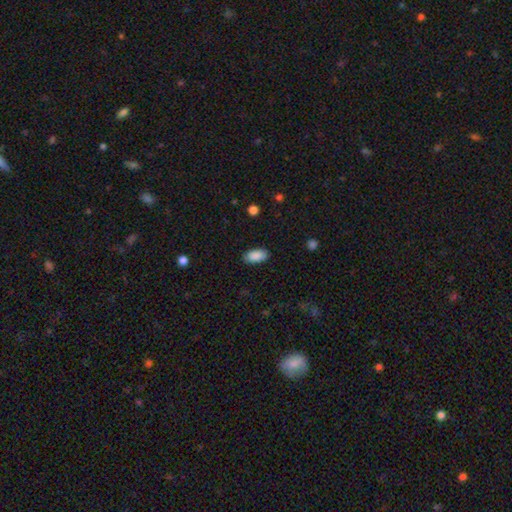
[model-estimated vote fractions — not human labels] smooth_or_featured: smooth (p=0.89) [alt: star or artifact p=0.07]
how_rounded: in between (p=0.94) [alt: cigar-shaped p=0.03]
merging: none (p=0.85) [alt: minor disturbance p=0.11]